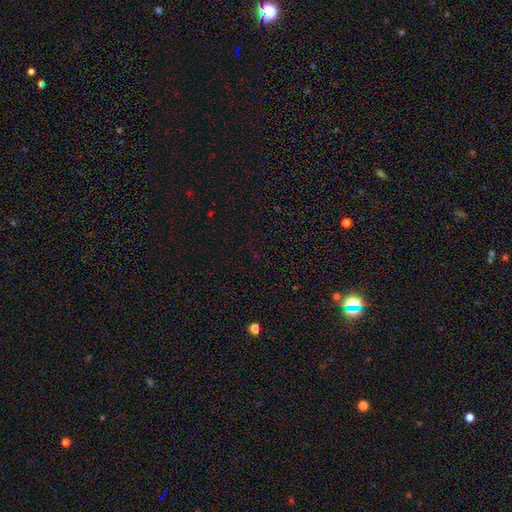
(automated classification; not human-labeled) Morphology: type=star or artifact (68%).